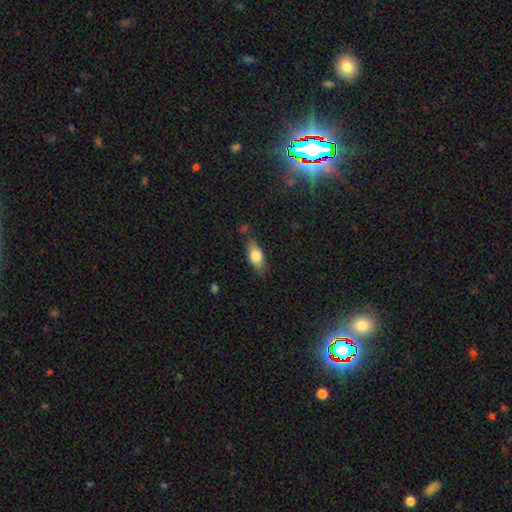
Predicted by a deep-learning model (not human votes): Smooth or featured?
  - smooth: 77% *
  - featured or disk: 16%
  - star or artifact: 7%
How rounded?
  - in between: 83% *
  - cigar-shaped: 13%
  - round: 4%
Merging?
  - none: 74% *
  - minor disturbance: 18%
  - major disturbance: 4%
  - merger: 4%